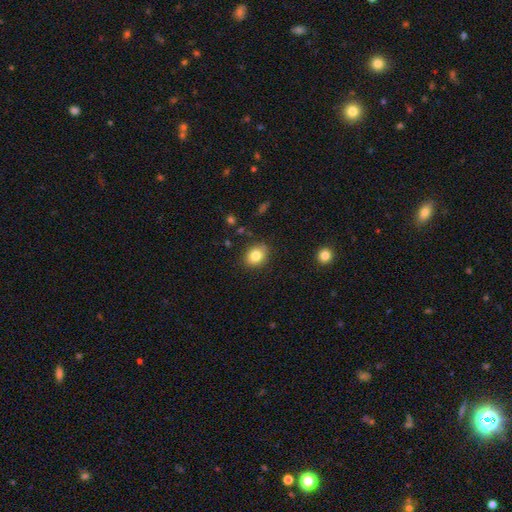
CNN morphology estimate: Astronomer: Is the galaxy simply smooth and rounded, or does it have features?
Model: smooth — 83%.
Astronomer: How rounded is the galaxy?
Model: in between — 58% (runner-up: round, 41%).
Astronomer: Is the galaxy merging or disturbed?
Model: none — 85%.